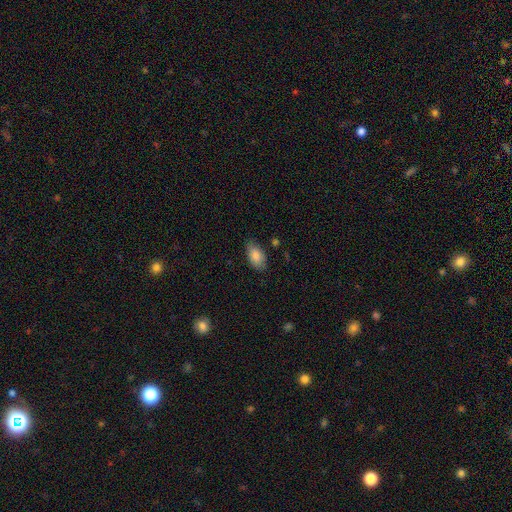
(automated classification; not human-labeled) Smooth or featured?
  - smooth: 84% *
  - featured or disk: 10%
  - star or artifact: 7%
How rounded?
  - in between: 92% *
  - round: 4%
  - cigar-shaped: 4%
Merging?
  - none: 74% *
  - minor disturbance: 21%
  - major disturbance: 3%
  - merger: 2%